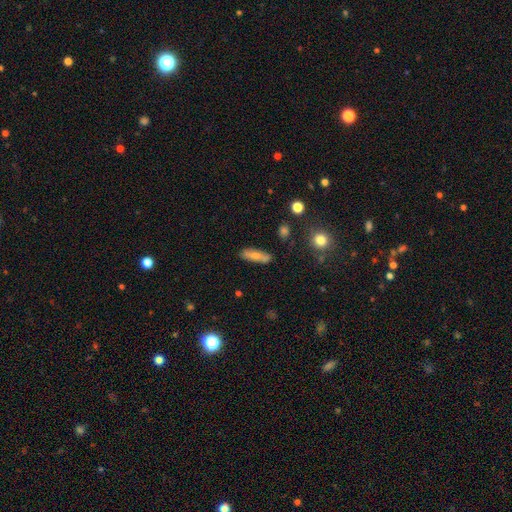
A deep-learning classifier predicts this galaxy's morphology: This appears to be a smooth galaxy with no disk features (70%) that is cigar-shaped (55%). Merging: none (74%).